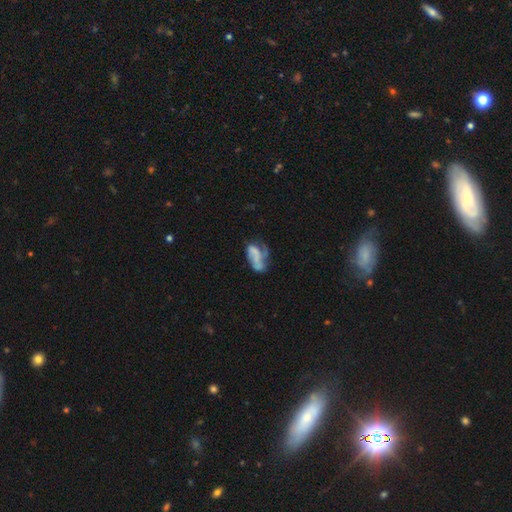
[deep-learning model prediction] Overall: featured or disk (52%; smooth 38%). Edge-on disk: no (97%). Bar: no (75%). Spiral arms: no (52%; yes 48%). Bulge size: none (61%). Merging: major disturbance (36%; none 27%).